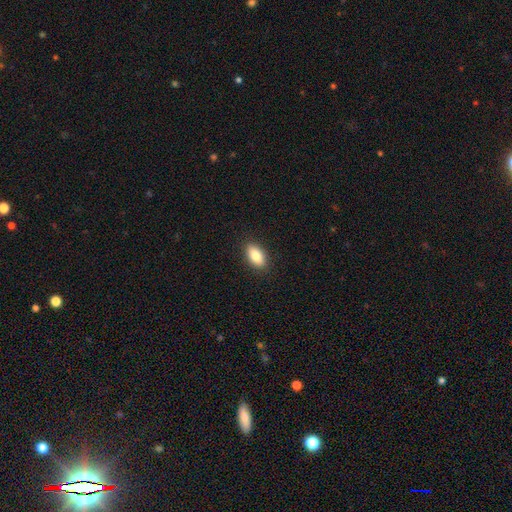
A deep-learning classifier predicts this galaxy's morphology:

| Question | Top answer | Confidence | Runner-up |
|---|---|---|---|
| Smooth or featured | smooth | 84% | featured or disk (9%) |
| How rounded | in between | 90% | cigar-shaped (5%) |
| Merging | none | 89% | minor disturbance (8%) |